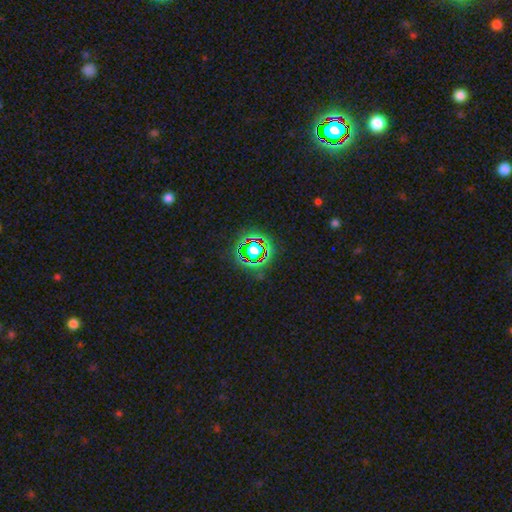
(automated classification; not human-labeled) Smooth or featured?
  - star or artifact: 77% *
  - smooth: 14%
  - featured or disk: 9%